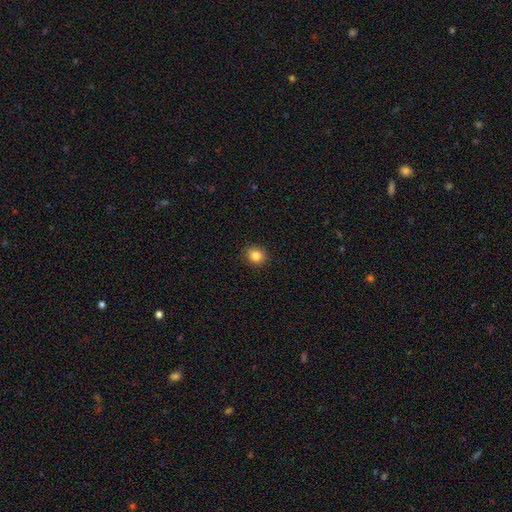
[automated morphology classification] This is clearly a smooth galaxy (83%). How rounded: likely round (76%). Merging: clearly none (91%).